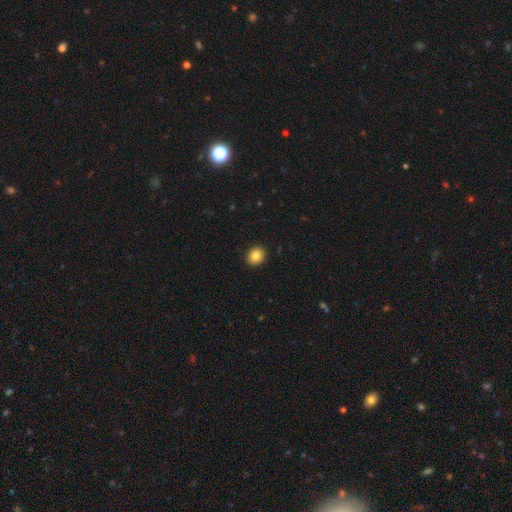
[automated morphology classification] smooth 85%, star or artifact 10%, featured or disk 5%. Down the decision tree: how rounded — round (67%); merging — none (91%).